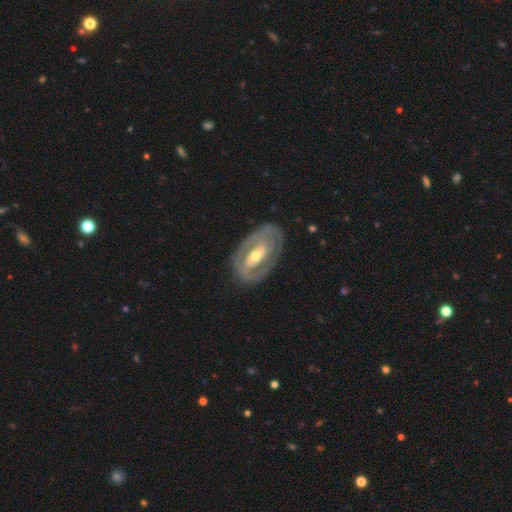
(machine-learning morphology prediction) Smooth or featured: featured or disk — 81% (smooth — 15%)
Edge-on disk: no — 94% (yes — 6%)
Bar: strong — 38% (weak — 32%)
Spiral arms: yes — 71% (no — 29%)
Spiral winding: tight — 64% (medium — 27%)
Spiral arm count: 2 — 62% (can't tell — 21%)
Bulge size: moderate — 57% (small — 37%)
Merging: none — 77% (minor disturbance — 15%)